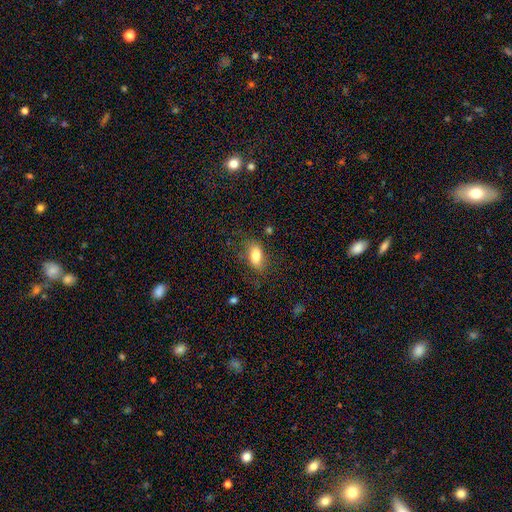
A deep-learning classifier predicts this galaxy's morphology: This appears to be a smooth galaxy with no disk features (79%) that is in between round and cigar-shaped (88%). Merging: none (73%).